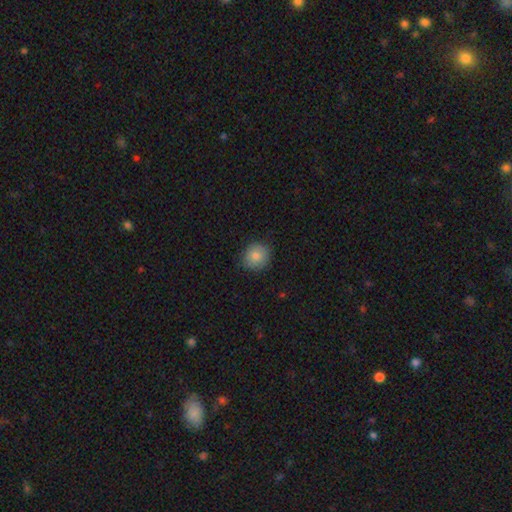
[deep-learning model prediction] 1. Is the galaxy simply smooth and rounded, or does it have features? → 83% smooth, 9% star or artifact, 8% featured or disk.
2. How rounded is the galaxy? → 86% round, 13% in between, 1% cigar-shaped.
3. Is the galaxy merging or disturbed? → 86% none, 11% minor disturbance, 2% major disturbance, 1% merger.